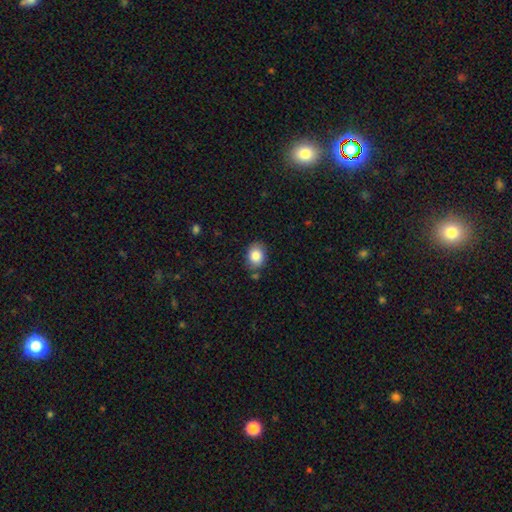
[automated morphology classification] A smooth galaxy with no disk features (85%) that is in between round and cigar-shaped (61%).

Vote fractions:
- Smooth or featured? smooth: 85% / star or artifact: 8% / featured or disk: 7%
- How rounded? in between: 61% / round: 38% / cigar-shaped: 1%
- Merging? none: 79% / minor disturbance: 14% / merger: 3% / major disturbance: 3%